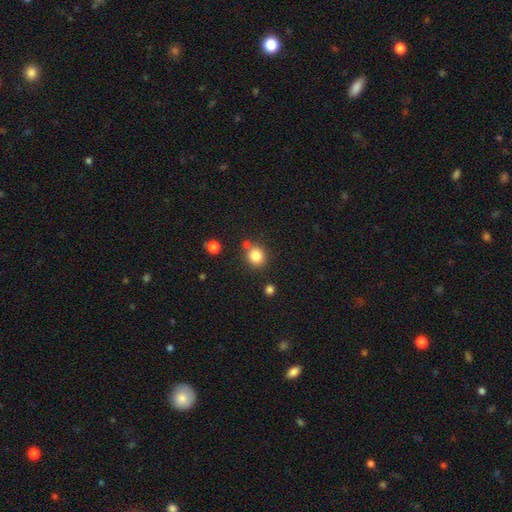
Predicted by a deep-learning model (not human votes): Overall: smooth (83%). How rounded: round (85%). Merging: none (75%).